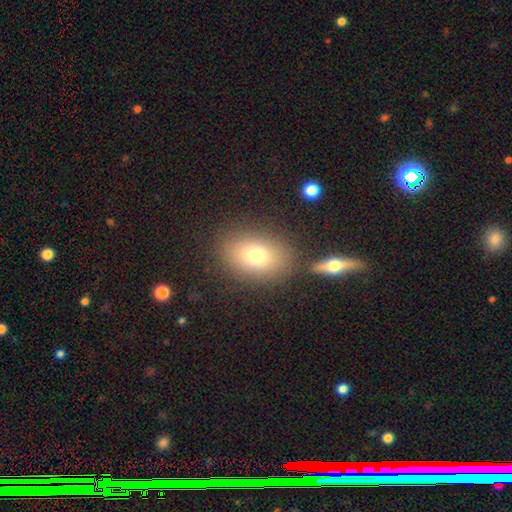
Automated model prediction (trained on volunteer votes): Smooth or featured: smooth — 73% (featured or disk — 16%)
How rounded: in between — 76% (round — 22%)
Merging: none — 78% (minor disturbance — 10%)